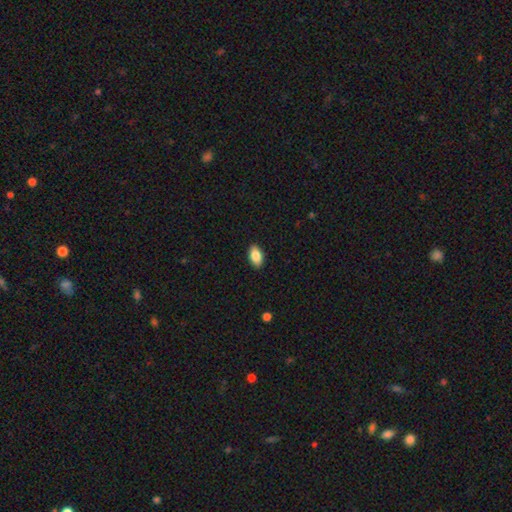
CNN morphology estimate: The model was most divided on "smooth or featured": smooth: 85%, featured or disk: 8%, star or artifact: 7%. More confident: how rounded — in between (93%); merging — none (90%).